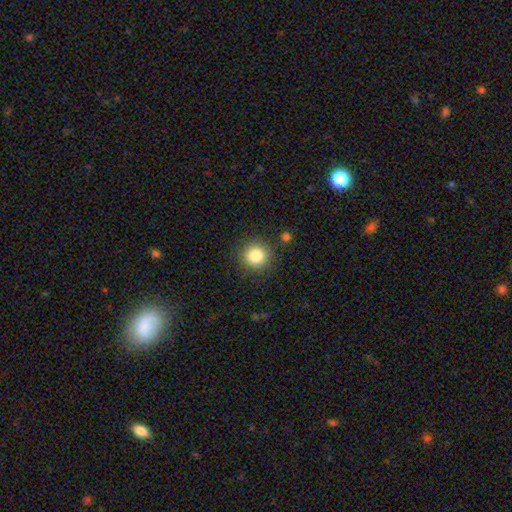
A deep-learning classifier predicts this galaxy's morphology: Smooth or featured?
  - smooth: 83% *
  - star or artifact: 11%
  - featured or disk: 6%
How rounded?
  - round: 93% *
  - in between: 6%
  - cigar-shaped: 1%
Merging?
  - none: 88% *
  - minor disturbance: 7%
  - major disturbance: 3%
  - merger: 2%